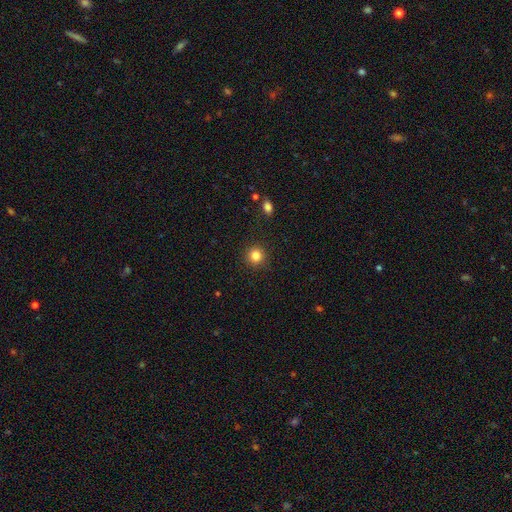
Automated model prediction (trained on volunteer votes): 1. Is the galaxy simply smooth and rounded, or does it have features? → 84% smooth, 12% star or artifact, 4% featured or disk.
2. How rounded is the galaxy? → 93% round, 6% in between, 1% cigar-shaped.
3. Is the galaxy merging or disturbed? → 90% none, 6% minor disturbance, 2% major disturbance, 1% merger.